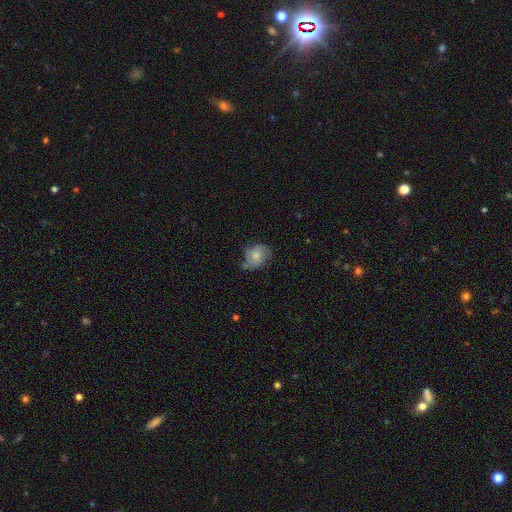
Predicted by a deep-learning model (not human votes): Morphology: type=smooth (50%); merging=none (55%).